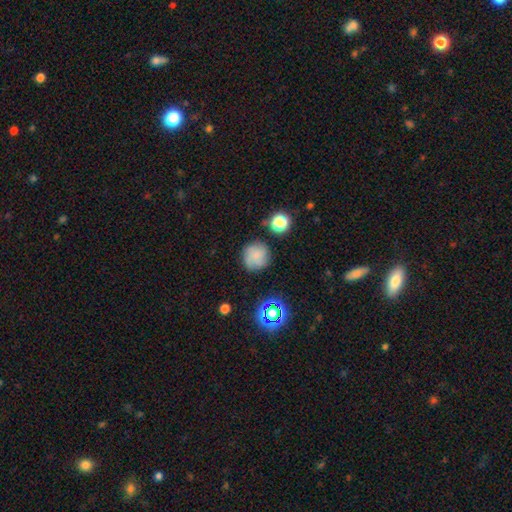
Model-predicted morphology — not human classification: A smooth galaxy with no disk features (64%) that is round (91%).

Vote fractions:
- Smooth or featured? smooth: 64% / featured or disk: 22% / star or artifact: 13%
- How rounded? round: 91% / in between: 8% / cigar-shaped: 1%
- Merging? none: 74% / minor disturbance: 16% / major disturbance: 6% / merger: 3%